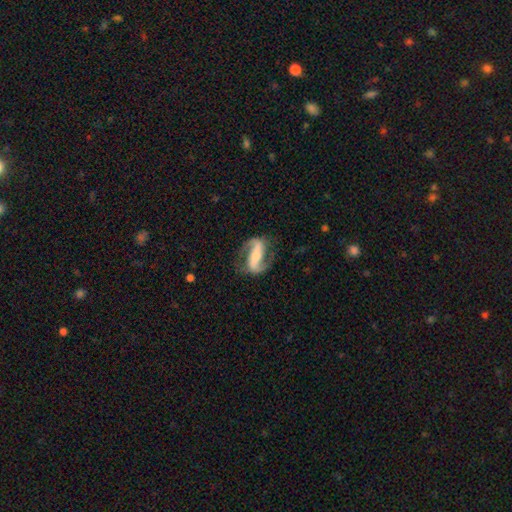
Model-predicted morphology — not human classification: Overall: featured or disk (85%). Edge-on disk: no (94%). Bar: strong (66%). Spiral arms: yes (95%). Spiral arm count: 2 (92%). Spiral winding: medium (43%; loose 42%). Bulge size: small (36%; moderate 34%). Merging: none (77%).